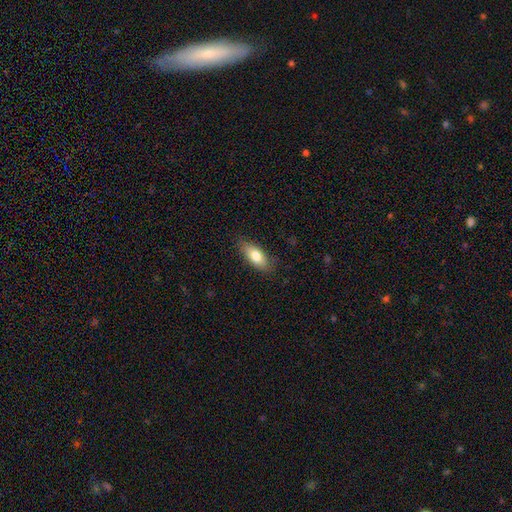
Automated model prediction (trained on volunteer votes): Smooth or featured? Predicted: smooth (p=0.76). How rounded? Predicted: in between (p=0.78). Merging? Predicted: none (p=0.81).